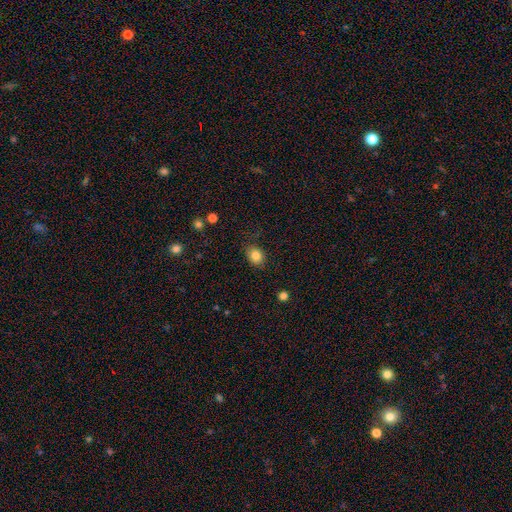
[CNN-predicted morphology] Q: Smooth or featured?
A: smooth (83%); runner-up: star or artifact (10%)
Q: How rounded?
A: in between (51%); runner-up: round (48%)
Q: Merging?
A: none (80%); runner-up: minor disturbance (15%)